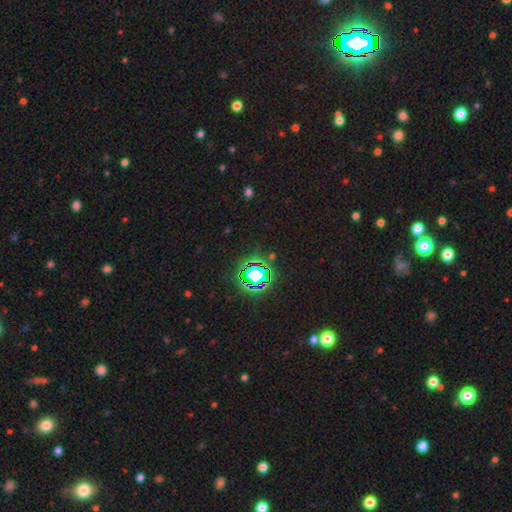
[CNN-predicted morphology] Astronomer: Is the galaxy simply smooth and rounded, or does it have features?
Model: star or artifact — 83%.